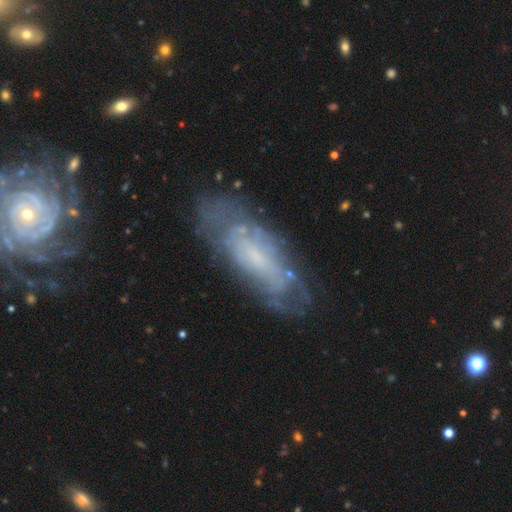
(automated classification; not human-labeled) Smooth or featured? featured or disk (65%)
Edge-on disk? no (83%)
Bar? no (66%)
Spiral arms? yes (64%)
Bulge size? small (52%)
Merging? none (71%)